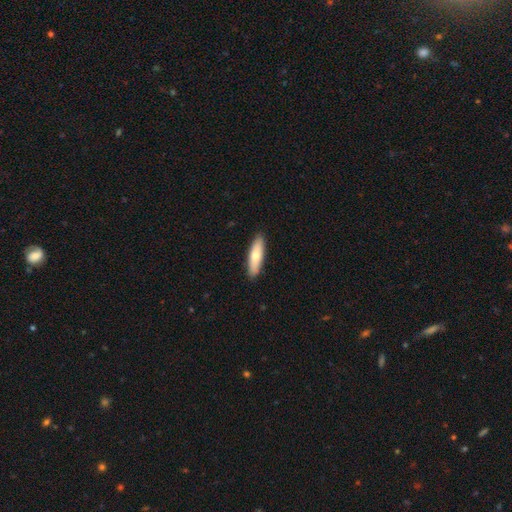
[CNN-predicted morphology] This is likely a smooth galaxy (71%). How rounded: likely cigar-shaped (63%). Merging: clearly none (90%).